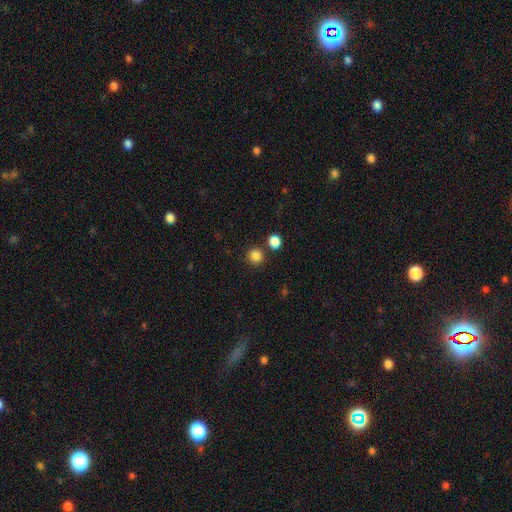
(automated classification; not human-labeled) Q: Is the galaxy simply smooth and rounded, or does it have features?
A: smooth — 85%.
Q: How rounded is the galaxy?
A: round — 92%.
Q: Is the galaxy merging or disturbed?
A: none — 83%.